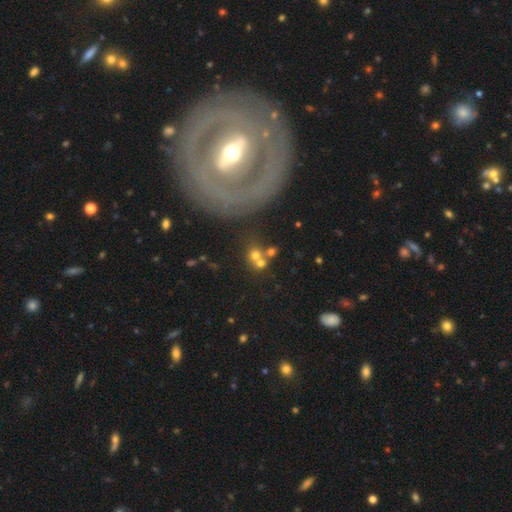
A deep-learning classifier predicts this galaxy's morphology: This is possibly a smooth galaxy (60%). How rounded: clearly round (82%). Merging: marginally none (44%).